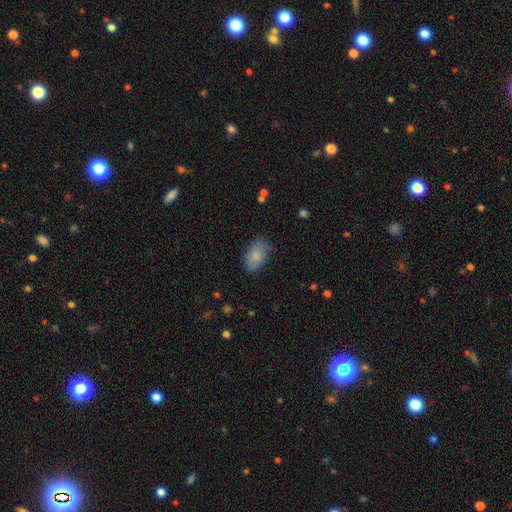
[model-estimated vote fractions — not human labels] This is clearly a smooth galaxy (85%). How rounded: clearly in between (93%). Merging: likely none (79%).